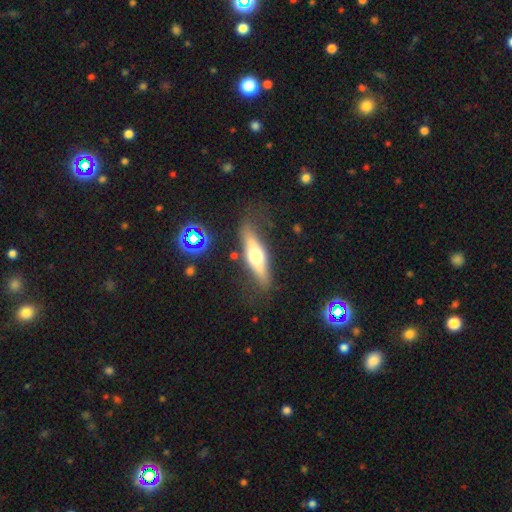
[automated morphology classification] featured or disk 49%, smooth 43%, star or artifact 7%. Down the decision tree: merging — none (74%).